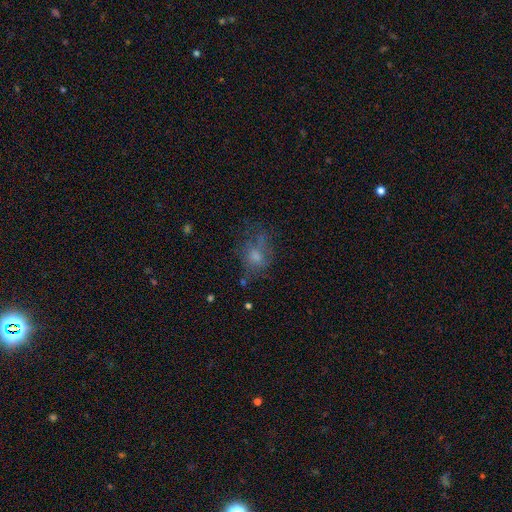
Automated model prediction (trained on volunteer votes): smooth 48%, featured or disk 34%, star or artifact 17%. Down the decision tree: merging — none (46%).